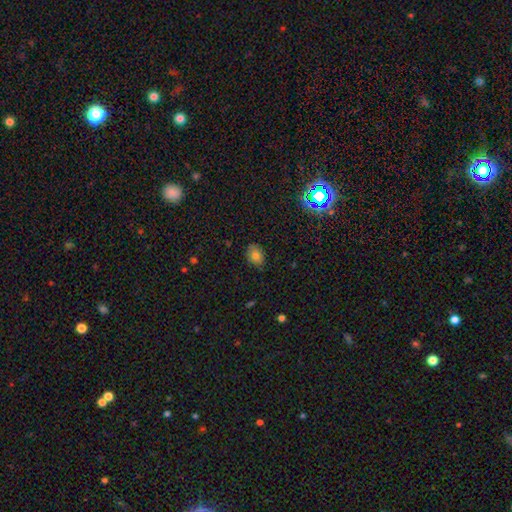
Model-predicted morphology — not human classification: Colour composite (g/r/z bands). It shows a smooth galaxy with no disk features (76%) that is in between round and cigar-shaped (69%). Merging: none (78%).